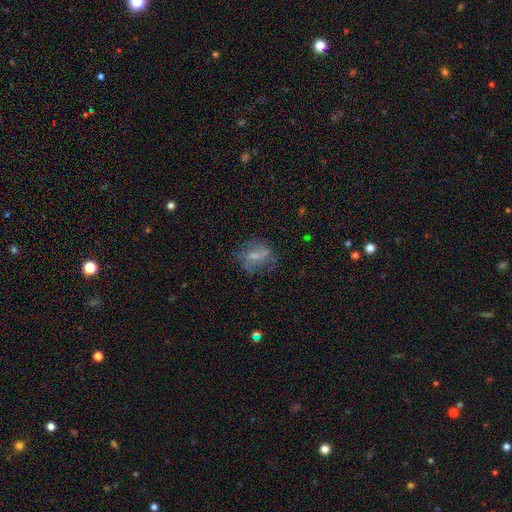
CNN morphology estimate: Smooth or featured? smooth (46%)
Merging? none (59%)